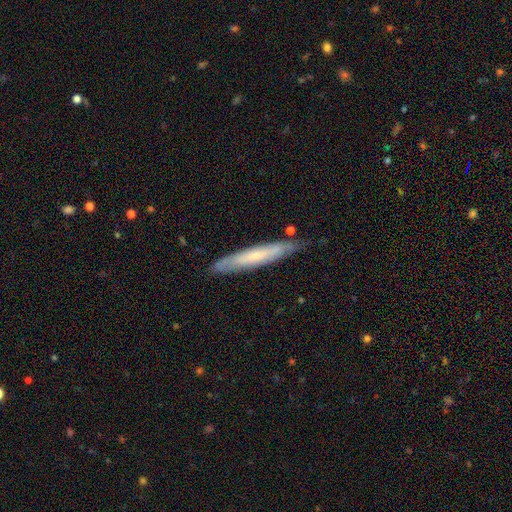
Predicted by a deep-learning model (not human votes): Overall: smooth (49%; featured or disk 45%). Merging: none (80%).